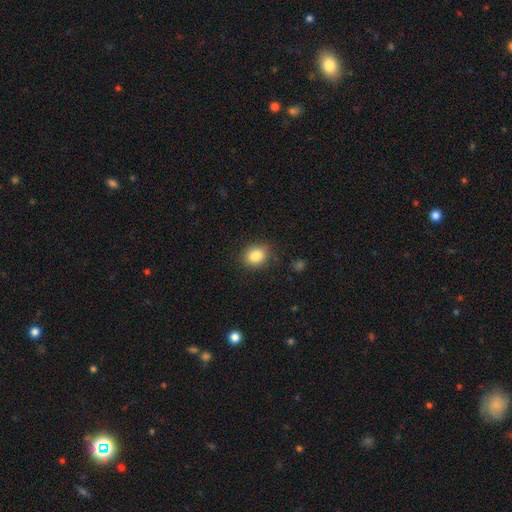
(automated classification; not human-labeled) Morphology: type=smooth (84%); roundness=round (63%); merging=none (84%).